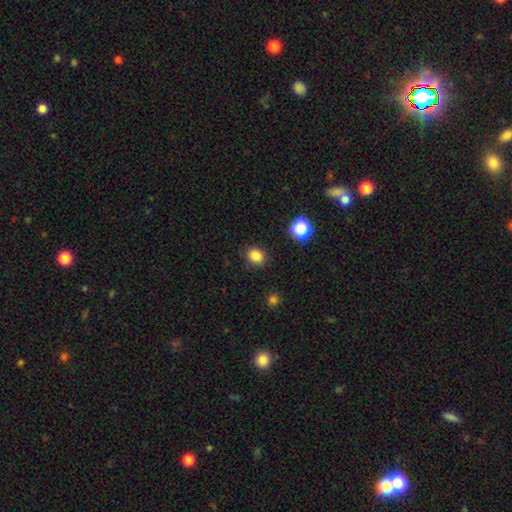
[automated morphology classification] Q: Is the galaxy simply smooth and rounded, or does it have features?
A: smooth — 83%.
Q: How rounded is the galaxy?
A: round — 59%.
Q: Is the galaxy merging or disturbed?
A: none — 85%.